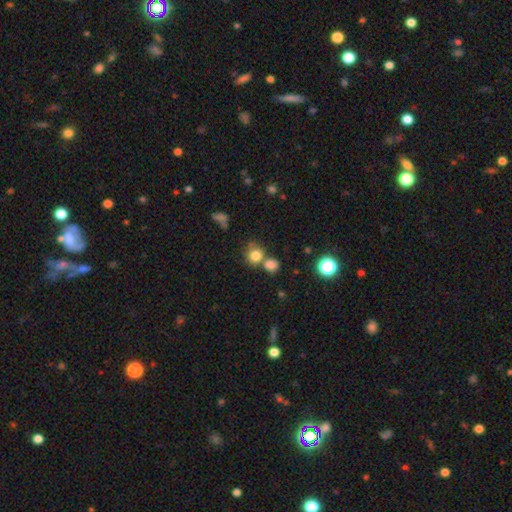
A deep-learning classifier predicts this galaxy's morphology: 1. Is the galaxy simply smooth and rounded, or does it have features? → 80% smooth, 12% star or artifact, 8% featured or disk.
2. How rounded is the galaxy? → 82% round, 17% in between, 1% cigar-shaped.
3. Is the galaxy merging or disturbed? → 53% none, 32% merger, 10% minor disturbance, 4% major disturbance.